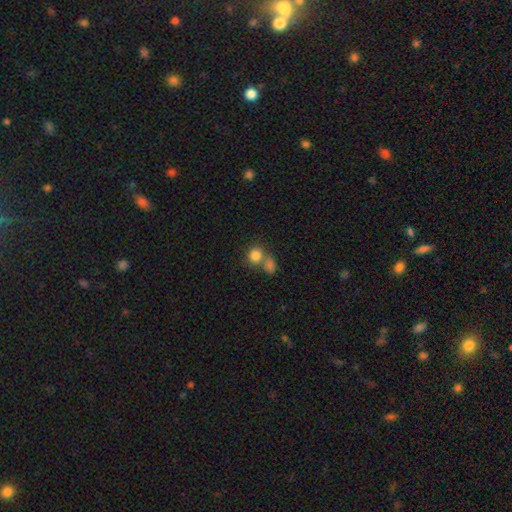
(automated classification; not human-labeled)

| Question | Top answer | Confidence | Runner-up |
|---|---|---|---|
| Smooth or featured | smooth | 82% | star or artifact (11%) |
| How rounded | round | 78% | in between (21%) |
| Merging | merger | 44% | none (43%) |